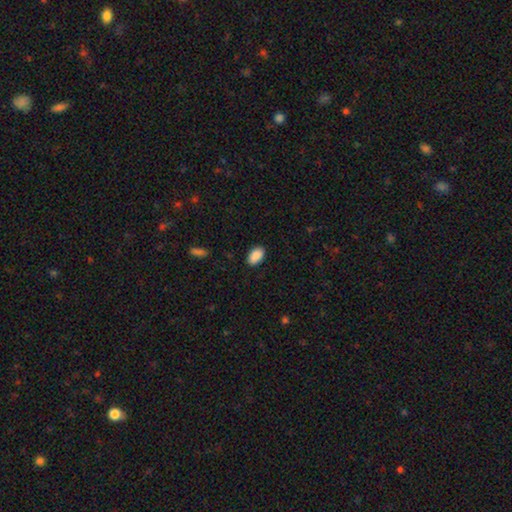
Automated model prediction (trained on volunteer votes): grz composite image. It shows a smooth galaxy with no disk features (90%) that is in between round and cigar-shaped (93%). Merging: none (88%).